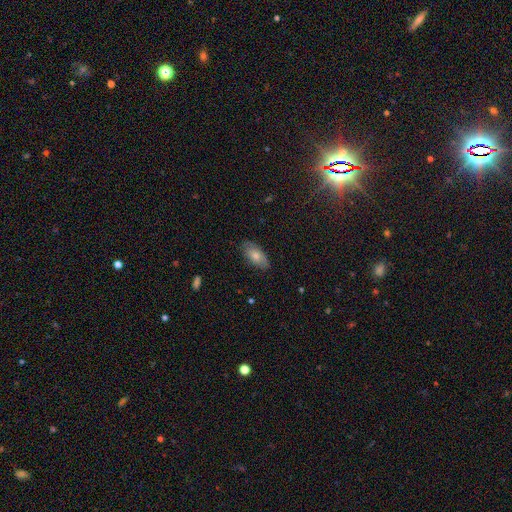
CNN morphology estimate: Q: Smooth or featured?
A: smooth (70%); runner-up: featured or disk (23%)
Q: How rounded?
A: in between (90%); runner-up: cigar-shaped (7%)
Q: Merging?
A: none (78%); runner-up: minor disturbance (17%)